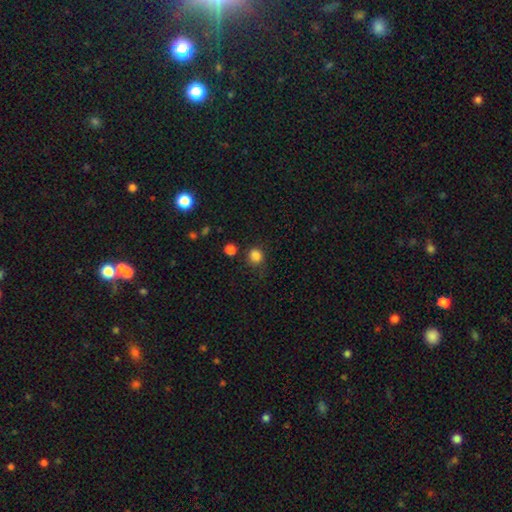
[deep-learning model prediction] Morphology: type=smooth (83%); roundness=round (81%); merging=none (74%).